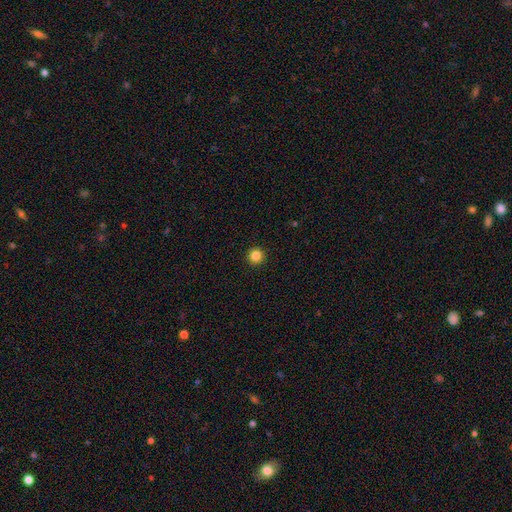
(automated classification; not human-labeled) Smooth or featured? smooth (85%)
How rounded? round (96%)
Merging? none (94%)